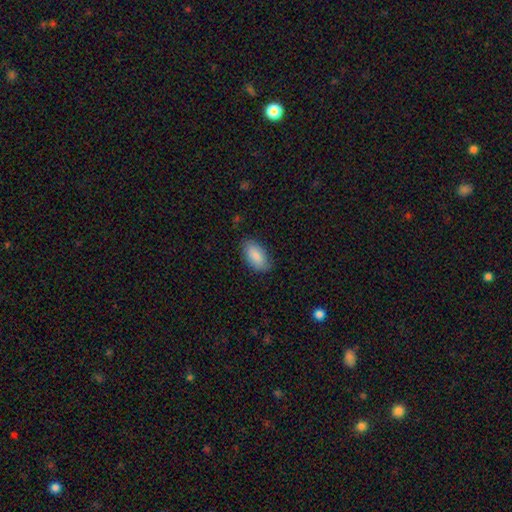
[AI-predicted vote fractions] Overall: smooth (86%). How rounded: in between (93%). Merging: none (81%).